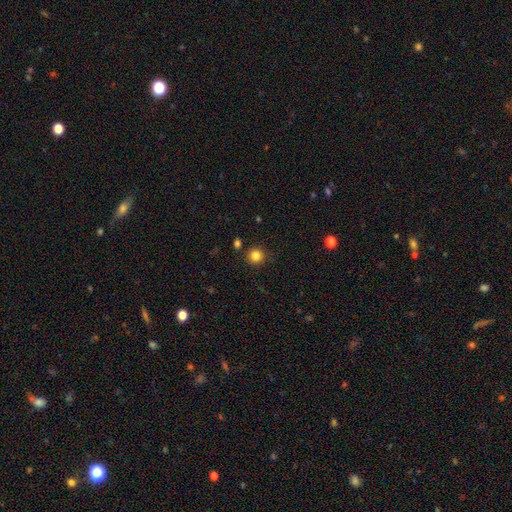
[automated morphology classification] A smooth galaxy with no disk features (83%) that is round (93%). Merging: none (88%).